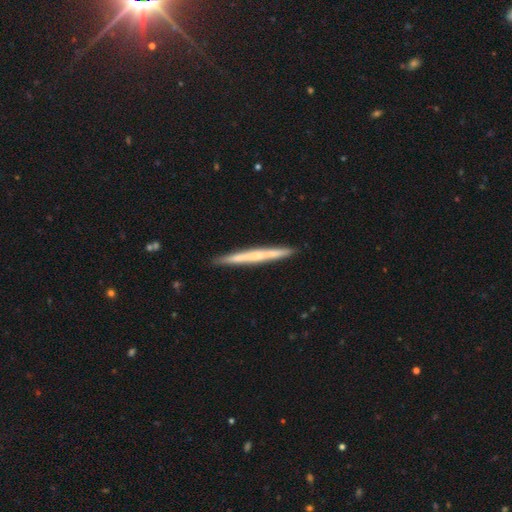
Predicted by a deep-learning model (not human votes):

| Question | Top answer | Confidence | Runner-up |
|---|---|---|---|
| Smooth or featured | featured or disk | 50% | smooth (44%) |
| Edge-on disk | yes | 97% | no (3%) |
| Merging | none | 91% | minor disturbance (6%) |